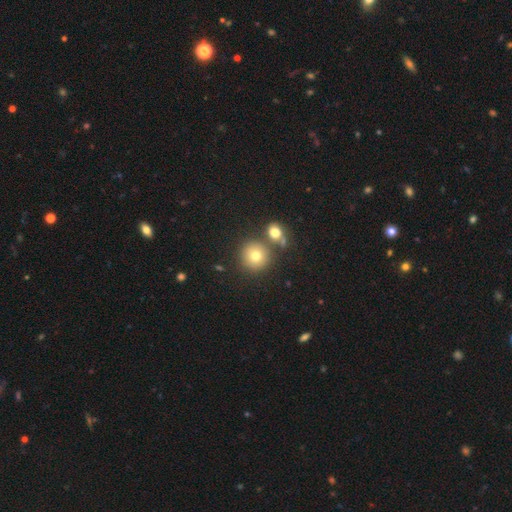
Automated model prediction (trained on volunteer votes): This is likely a smooth galaxy (74%). How rounded: clearly round (92%). Merging: likely none (71%).